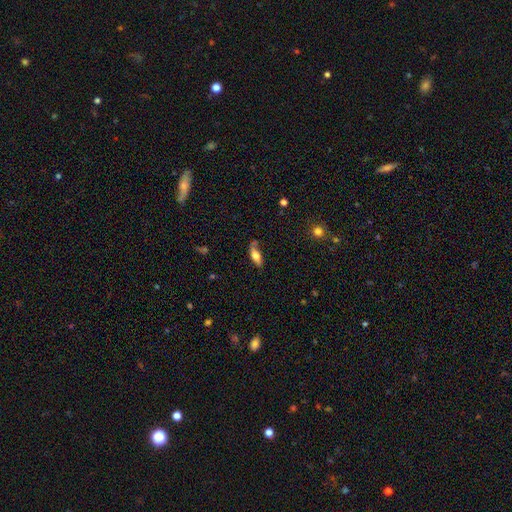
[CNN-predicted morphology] Q: Smooth or featured?
A: smooth (61%); runner-up: featured or disk (32%)
Q: How rounded?
A: in between (63%); runner-up: cigar-shaped (34%)
Q: Merging?
A: none (62%); runner-up: minor disturbance (26%)